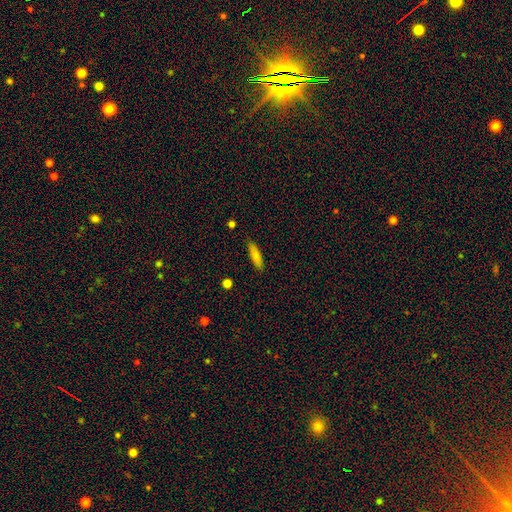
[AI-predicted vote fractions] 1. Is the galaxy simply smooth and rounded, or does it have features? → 83% smooth, 10% featured or disk, 7% star or artifact.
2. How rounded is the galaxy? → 68% cigar-shaped, 31% in between, 2% round.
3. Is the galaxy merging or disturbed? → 86% none, 10% minor disturbance, 2% major disturbance, 1% merger.